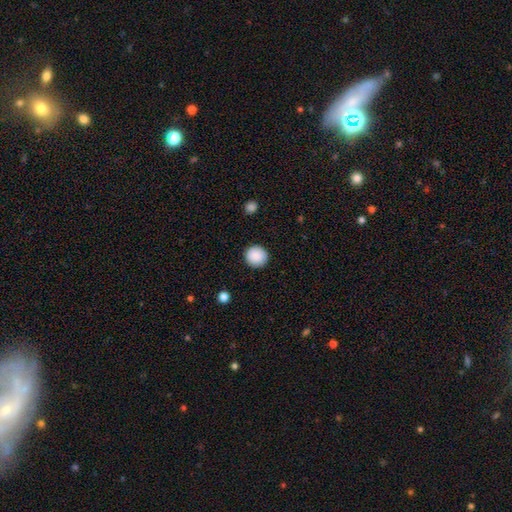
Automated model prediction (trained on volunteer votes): Overall: smooth (89%). How rounded: round (94%). Merging: none (92%).